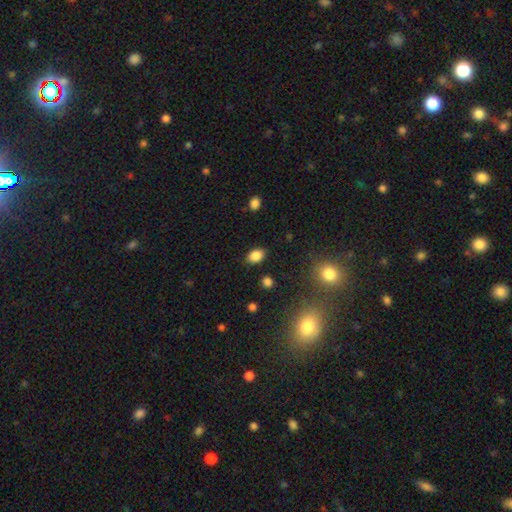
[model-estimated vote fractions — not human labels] Smooth or featured? Predicted: smooth (p=0.85). How rounded? Predicted: in between (p=0.81). Merging? Predicted: none (p=0.85).